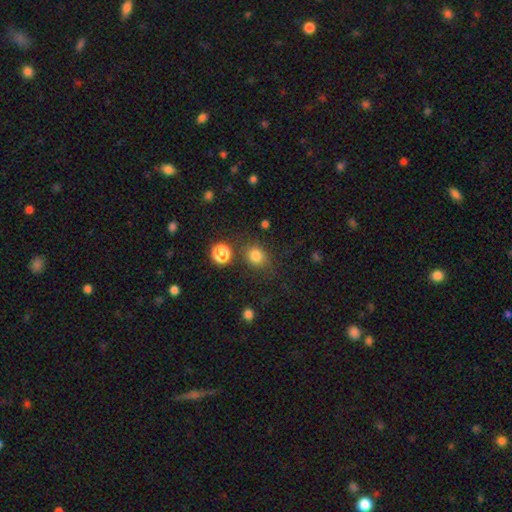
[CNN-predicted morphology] Q: Smooth or featured?
A: smooth (80%); runner-up: star or artifact (15%)
Q: How rounded?
A: round (73%); runner-up: in between (26%)
Q: Merging?
A: none (77%); runner-up: minor disturbance (12%)